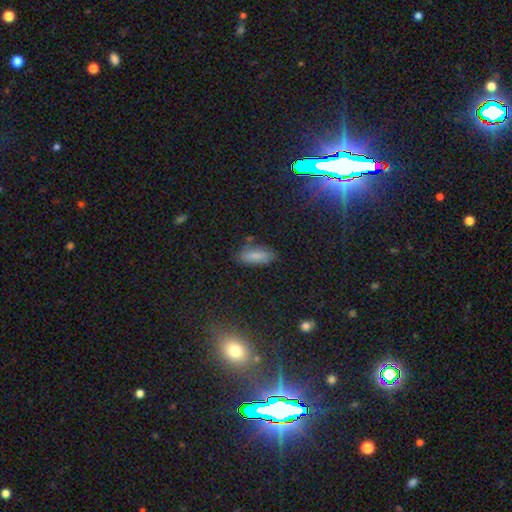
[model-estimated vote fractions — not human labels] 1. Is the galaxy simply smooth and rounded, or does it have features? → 75% smooth, 15% star or artifact, 11% featured or disk.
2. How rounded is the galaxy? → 79% in between, 18% cigar-shaped, 3% round.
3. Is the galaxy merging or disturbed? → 76% none, 17% minor disturbance, 4% major disturbance, 3% merger.